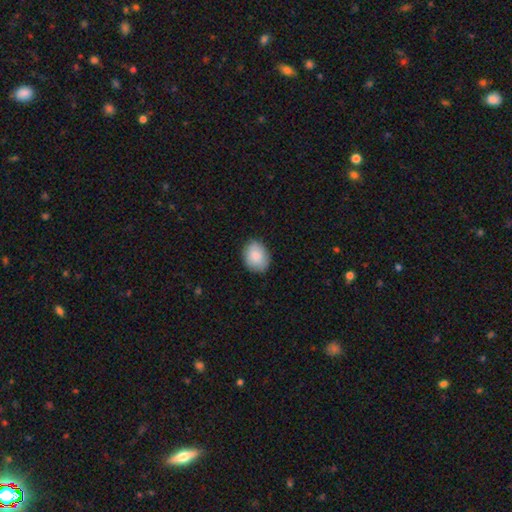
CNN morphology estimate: Q: Smooth or featured?
A: smooth (86%); runner-up: featured or disk (7%)
Q: How rounded?
A: in between (59%); runner-up: round (40%)
Q: Merging?
A: none (85%); runner-up: minor disturbance (12%)